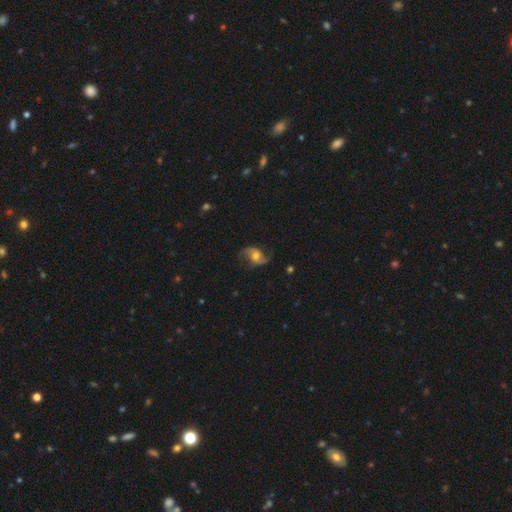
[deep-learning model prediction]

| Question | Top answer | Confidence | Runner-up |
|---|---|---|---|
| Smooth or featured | featured or disk | 80% | smooth (13%) |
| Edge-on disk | no | 97% | yes (3%) |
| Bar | no | 58% | weak (33%) |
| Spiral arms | yes | 94% | no (6%) |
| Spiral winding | loose | 65% | medium (28%) |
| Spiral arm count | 2 | 92% | can't tell (3%) |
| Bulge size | moderate | 64% | small (23%) |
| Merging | none | 72% | minor disturbance (17%) |